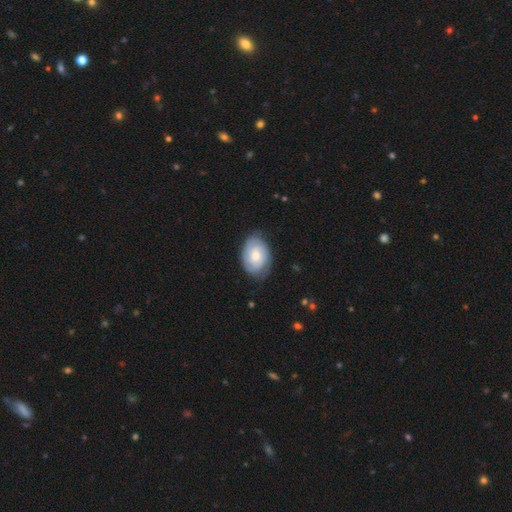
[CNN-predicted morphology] featured or disk 56%, smooth 38%, star or artifact 6%. Down the decision tree: edge-on disk — no (96%); bar — no (67%); spiral arms — yes (85%); bulge size — moderate (55%); merging — none (73%).